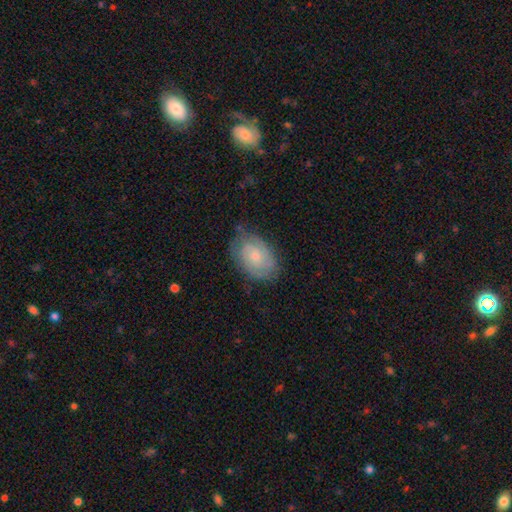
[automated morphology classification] This is possibly a featured or disk galaxy (50%). Merging: likely none (67%).